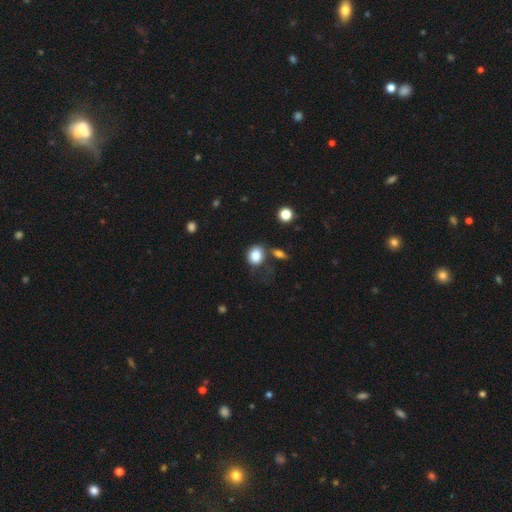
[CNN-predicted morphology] Smooth or featured? smooth (85%)
How rounded? round (53%)
Merging? none (61%)